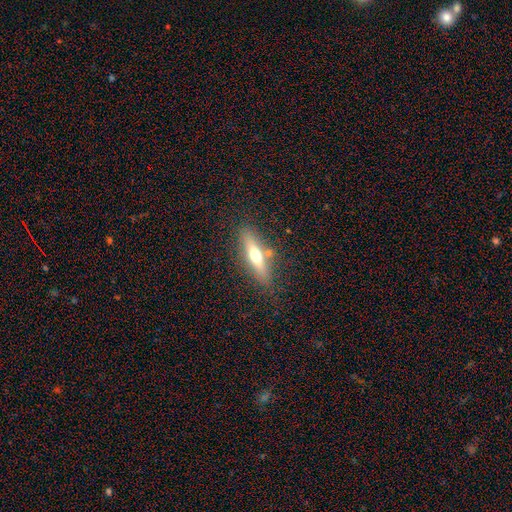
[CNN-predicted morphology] This appears to be a featured or disk galaxy (47%). Merging: none (79%).